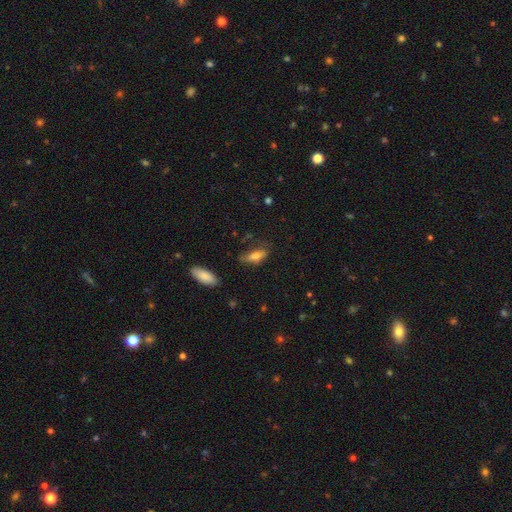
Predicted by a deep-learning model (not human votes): The model was most divided on "merging": none: 56%, minor disturbance: 29%, major disturbance: 12%, merger: 3%. More confident: smooth or featured — smooth (75%); how rounded — in between (70%).